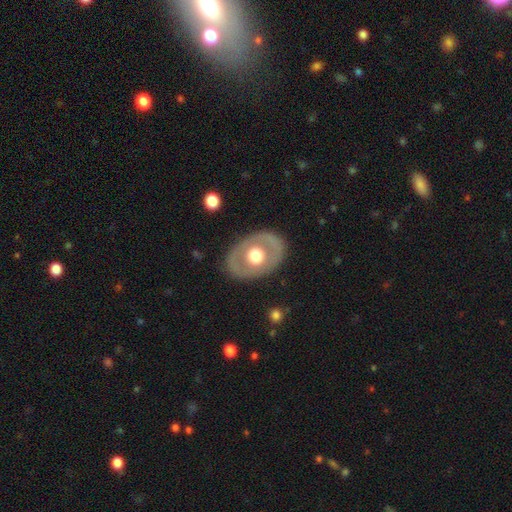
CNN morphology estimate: The model was most divided on "smooth or featured": featured or disk: 52%, smooth: 43%, star or artifact: 5%. More confident: edge-on disk — no (92%); merging — none (84%).